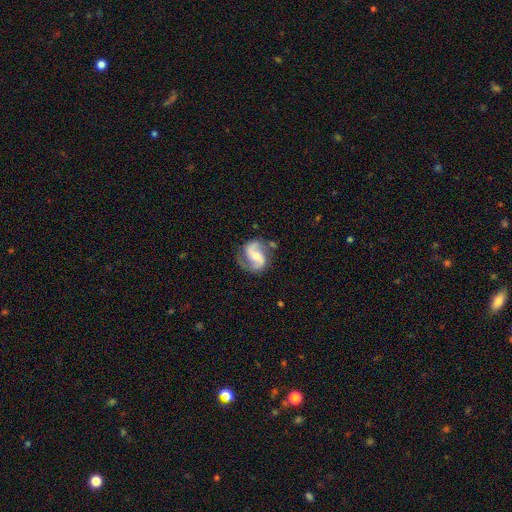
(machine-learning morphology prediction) This appears to be a featured or disk galaxy (88%) with no bar (42%), 2 (91%) medium (51%) spiral arms (97%) and a moderate central bulge (57%). Merging: none (73%).